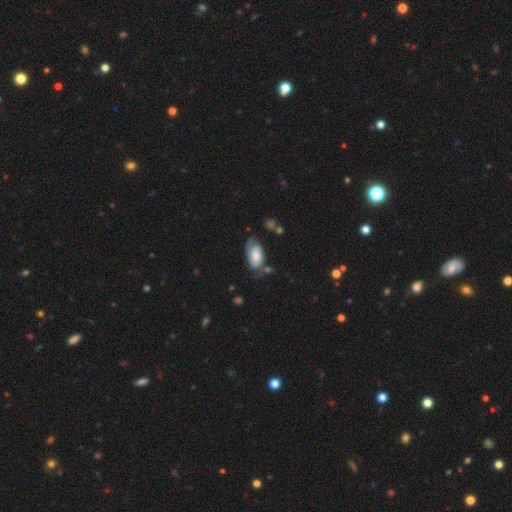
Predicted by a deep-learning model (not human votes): smooth_or_featured: smooth (p=0.51) [alt: featured or disk p=0.42]
how_rounded: in between (p=0.92) [alt: round p=0.04]
merging: none (p=0.48) [alt: minor disturbance p=0.30]